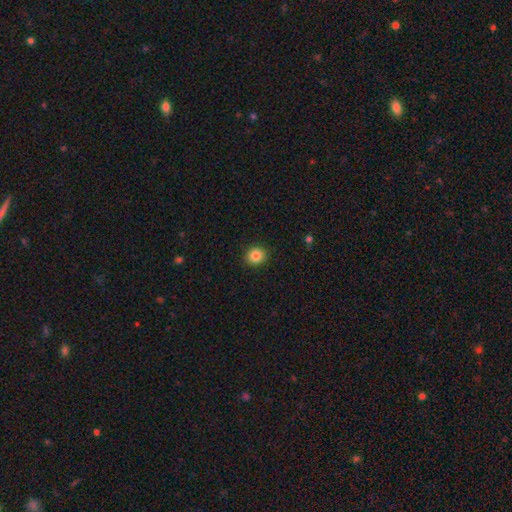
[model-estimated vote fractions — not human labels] smooth_or_featured: smooth (p=0.85) [alt: star or artifact p=0.10]
how_rounded: round (p=0.83) [alt: in between p=0.16]
merging: none (p=0.91) [alt: minor disturbance p=0.06]